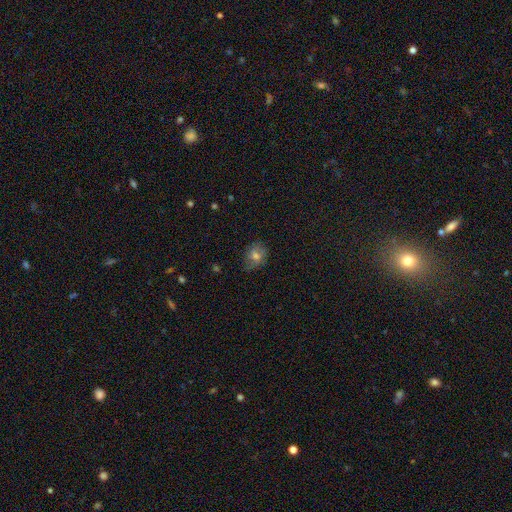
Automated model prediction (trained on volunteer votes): smooth 60%, featured or disk 26%, star or artifact 14%. Down the decision tree: how rounded — round (52%); merging — none (66%).